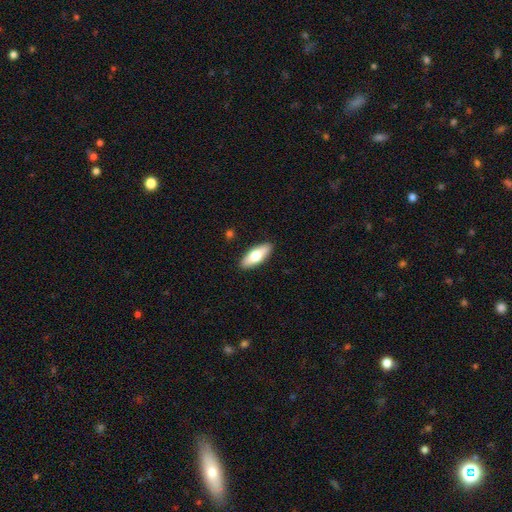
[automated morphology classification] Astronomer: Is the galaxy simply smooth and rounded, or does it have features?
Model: smooth — 67%.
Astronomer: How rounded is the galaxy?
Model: in between — 68%.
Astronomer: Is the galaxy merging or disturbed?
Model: none — 90%.